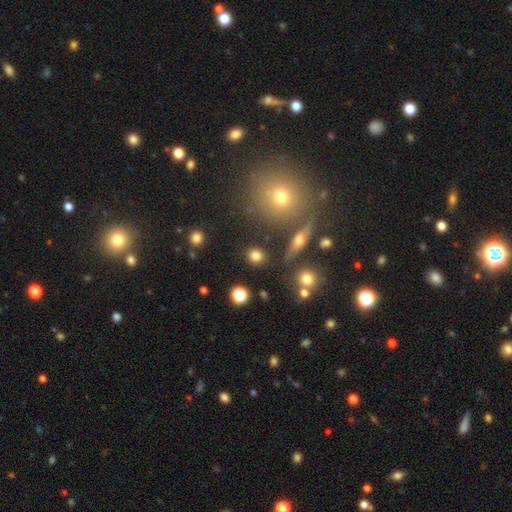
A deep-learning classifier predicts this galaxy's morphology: smooth_or_featured: smooth (p=0.80) [alt: star or artifact p=0.12]
how_rounded: round (p=0.81) [alt: in between p=0.17]
merging: none (p=0.86) [alt: minor disturbance p=0.07]